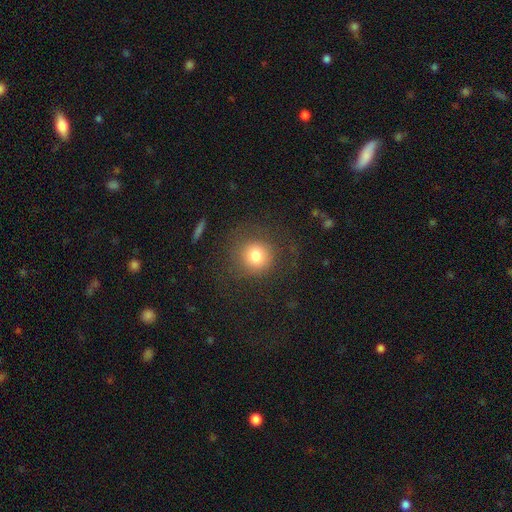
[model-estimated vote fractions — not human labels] Smooth or featured?
  - smooth: 78% *
  - star or artifact: 11%
  - featured or disk: 10%
How rounded?
  - round: 91% *
  - in between: 8%
  - cigar-shaped: 1%
Merging?
  - none: 75% *
  - minor disturbance: 13%
  - major disturbance: 11%
  - merger: 2%